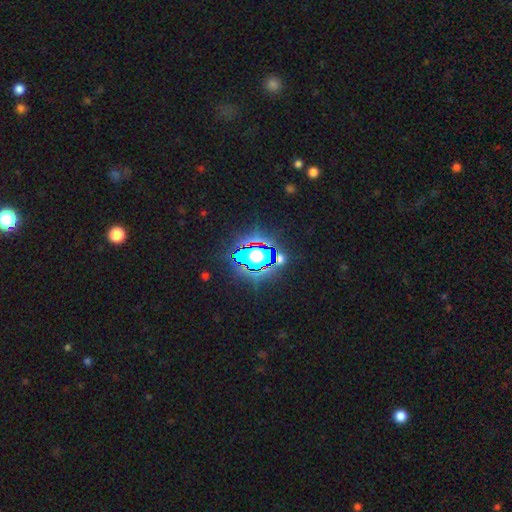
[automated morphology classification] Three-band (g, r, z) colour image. It shows a star or artifact, not a galaxy (64%).